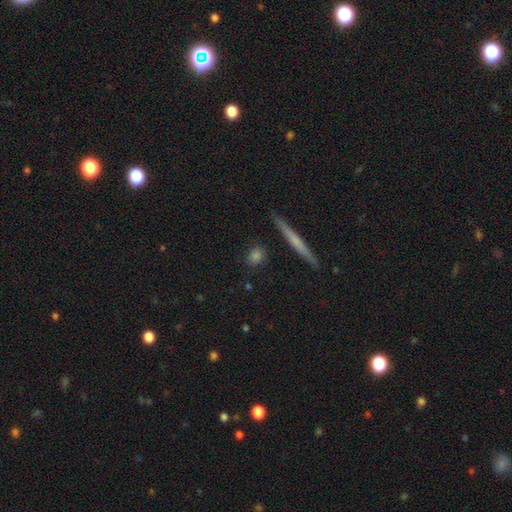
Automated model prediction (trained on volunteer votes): Smooth or featured?
  - smooth: 76% *
  - featured or disk: 14%
  - star or artifact: 9%
How rounded?
  - round: 53% *
  - in between: 26%
  - cigar-shaped: 21%
Merging?
  - none: 85% *
  - minor disturbance: 10%
  - major disturbance: 2%
  - merger: 2%